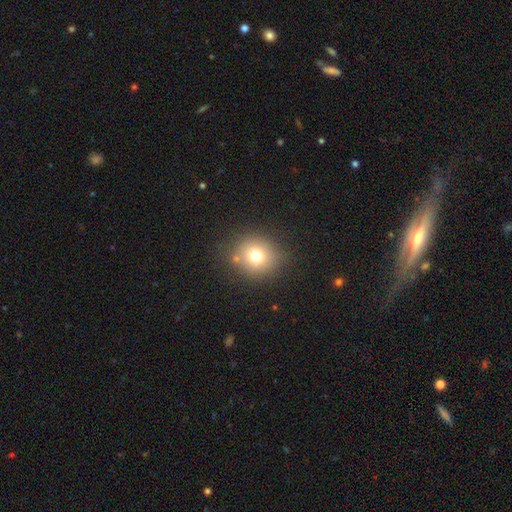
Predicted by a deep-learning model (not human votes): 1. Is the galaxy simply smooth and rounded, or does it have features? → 72% smooth, 15% star or artifact, 12% featured or disk.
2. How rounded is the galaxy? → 86% round, 13% in between, 1% cigar-shaped.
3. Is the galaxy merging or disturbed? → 80% none, 11% minor disturbance, 5% merger, 4% major disturbance.